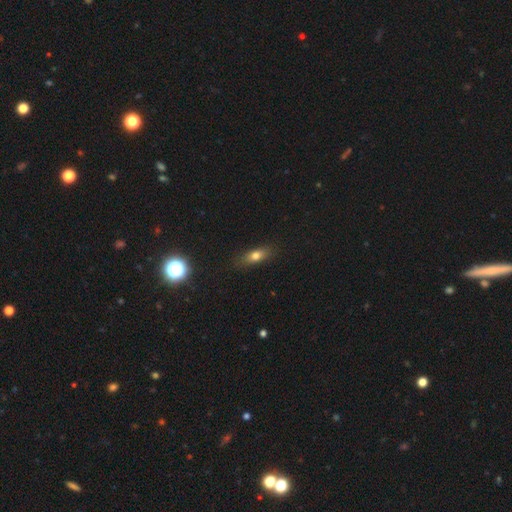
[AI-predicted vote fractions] The model was most divided on "how rounded": in between: 65%, cigar-shaped: 28%, round: 7%. More confident: merging — none (82%); smooth or featured — smooth (71%).